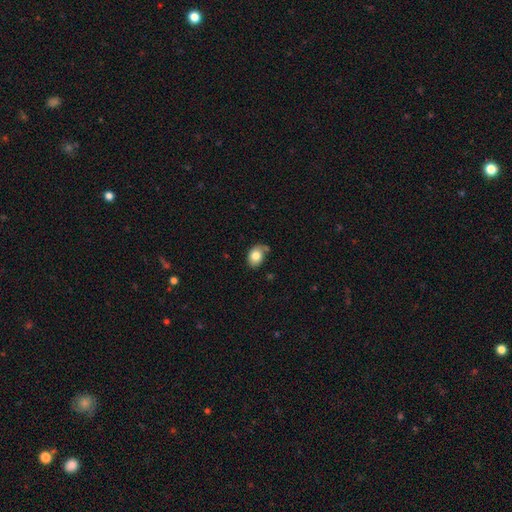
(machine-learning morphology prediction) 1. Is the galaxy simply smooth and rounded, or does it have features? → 78% smooth, 14% featured or disk, 8% star or artifact.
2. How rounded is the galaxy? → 66% in between, 33% round, 1% cigar-shaped.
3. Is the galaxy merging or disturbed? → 56% none, 29% minor disturbance, 10% major disturbance, 6% merger.